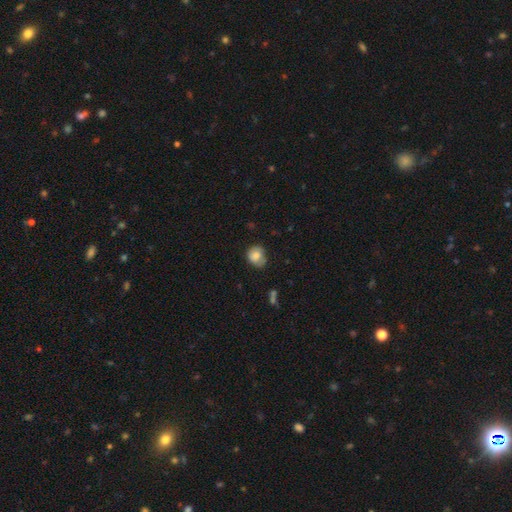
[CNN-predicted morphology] Smooth or featured? Predicted: smooth (p=0.78). How rounded? Predicted: round (p=0.65). Merging? Predicted: none (p=0.53).